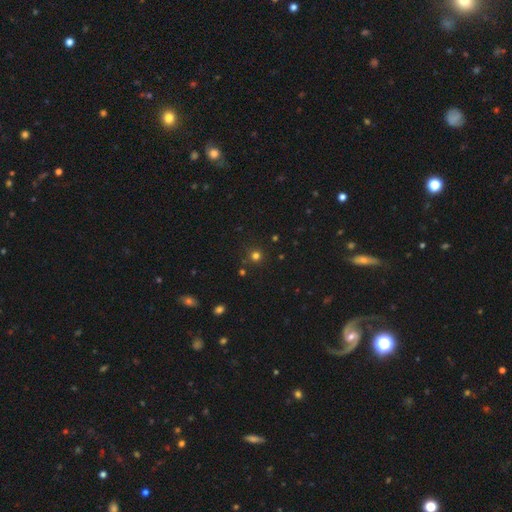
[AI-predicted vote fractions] Morphology: type=smooth (73%); roundness=round (94%); merging=none (86%).